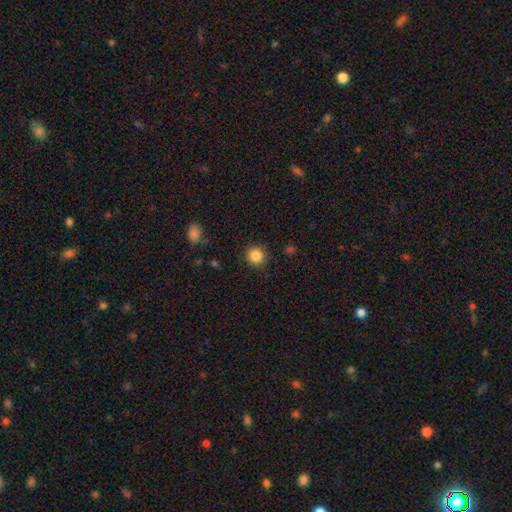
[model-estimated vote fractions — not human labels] A smooth galaxy with no disk features (85%) that is round (94%).

Vote fractions:
- Smooth or featured? smooth: 85% / star or artifact: 10% / featured or disk: 4%
- How rounded? round: 94% / in between: 5% / cigar-shaped: 1%
- Merging? none: 91% / minor disturbance: 6% / major disturbance: 2% / merger: 1%